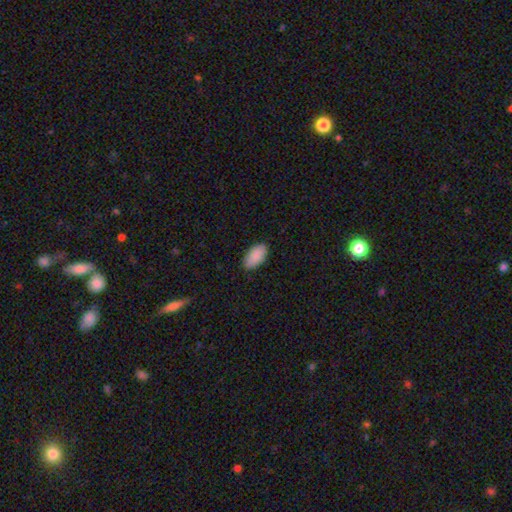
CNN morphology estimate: Smooth or featured? smooth (90%)
How rounded? in between (95%)
Merging? none (87%)